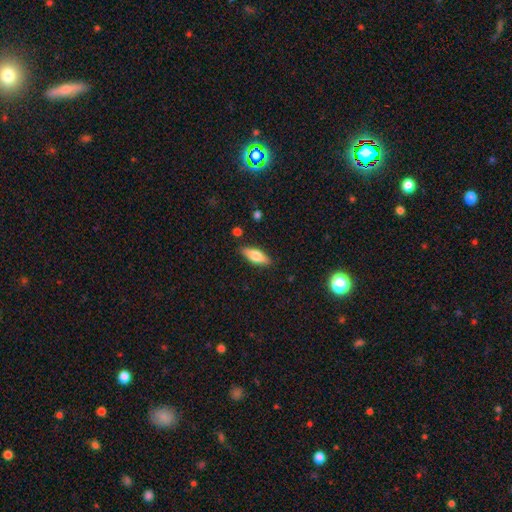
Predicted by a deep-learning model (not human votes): smooth 70%, featured or disk 24%, star or artifact 7%. Down the decision tree: how rounded — in between (67%); merging — none (86%).